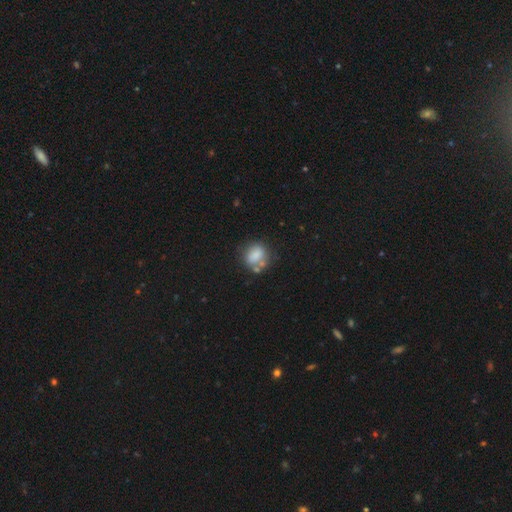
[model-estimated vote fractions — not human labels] A smooth galaxy with no disk features (77%) that is round (54%).

Vote fractions:
- Smooth or featured? smooth: 77% / featured or disk: 13% / star or artifact: 10%
- How rounded? round: 54% / in between: 44% / cigar-shaped: 1%
- Merging? none: 52% / minor disturbance: 21% / merger: 19% / major disturbance: 8%